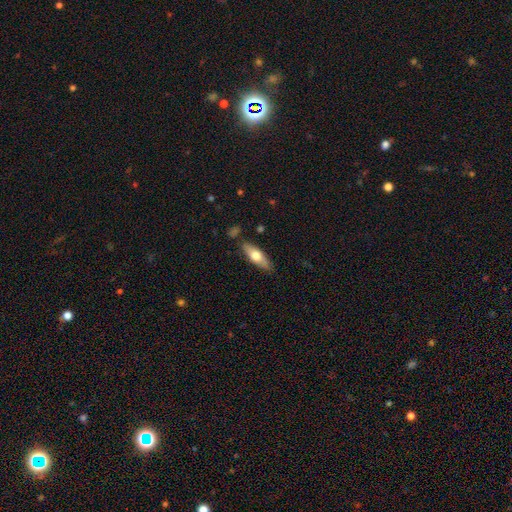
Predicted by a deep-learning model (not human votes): smooth 61%, featured or disk 33%, star or artifact 6%. Down the decision tree: how rounded — in between (56%); merging — none (82%).